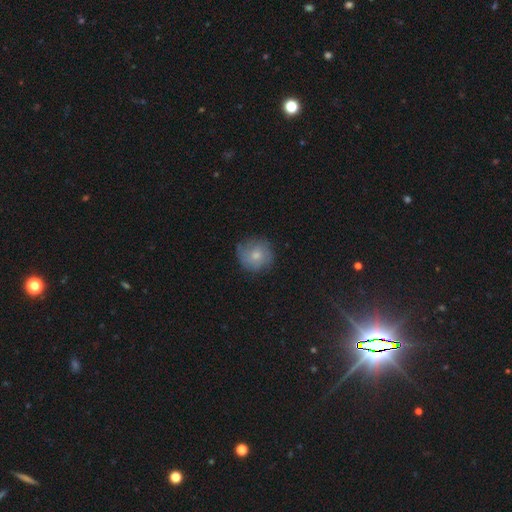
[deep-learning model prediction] This is likely a smooth galaxy (67%). How rounded: clearly round (92%). Merging: likely none (76%).